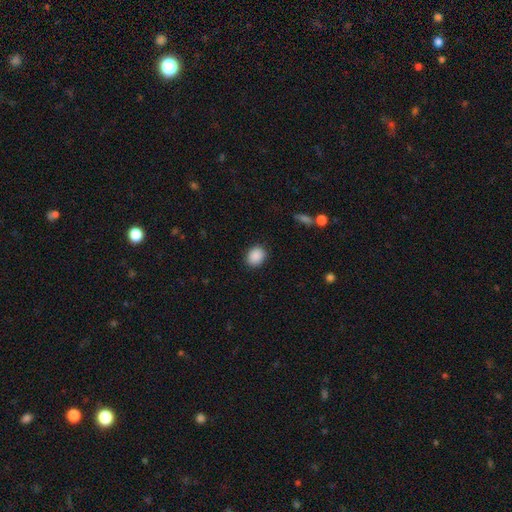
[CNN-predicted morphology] type=smooth (90%); roundness=round (51%); merging=none (88%).